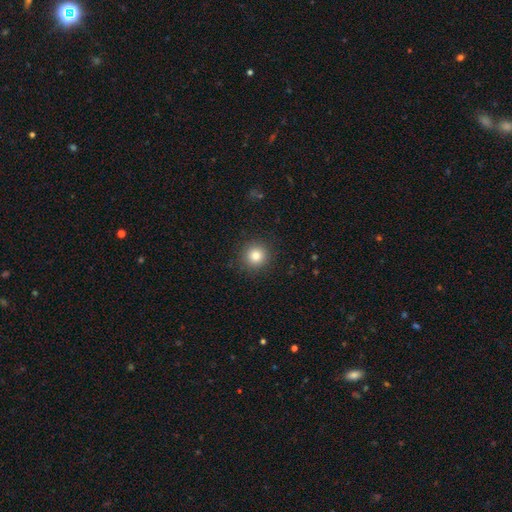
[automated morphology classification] Smooth or featured? smooth (82%)
How rounded? round (94%)
Merging? none (90%)